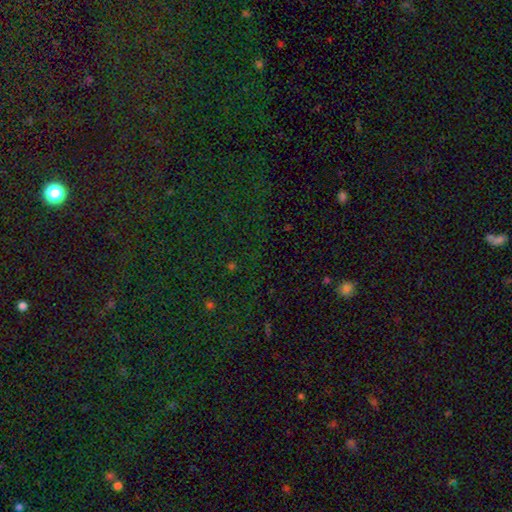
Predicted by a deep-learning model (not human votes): The model was most divided on "smooth or featured": star or artifact: 77%, smooth: 15%, featured or disk: 8%.